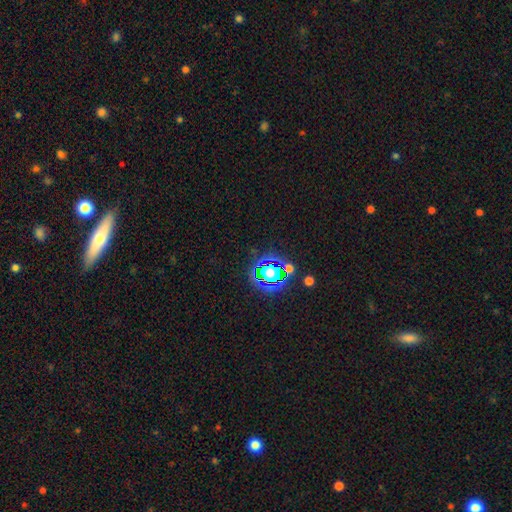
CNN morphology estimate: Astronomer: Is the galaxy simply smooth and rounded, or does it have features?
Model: star or artifact — 62%.